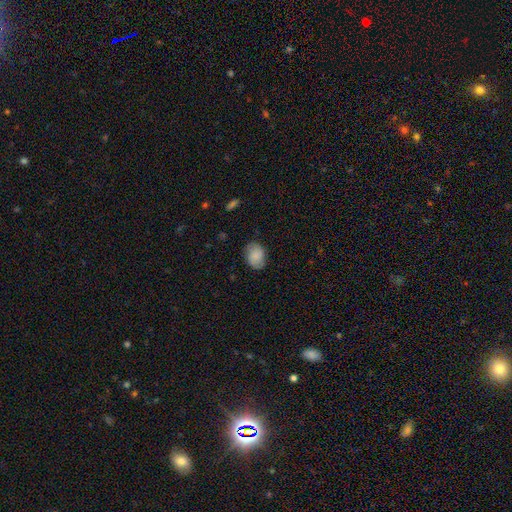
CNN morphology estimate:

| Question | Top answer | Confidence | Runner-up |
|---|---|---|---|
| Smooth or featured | smooth | 80% | featured or disk (13%) |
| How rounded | in between | 70% | round (29%) |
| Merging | none | 77% | minor disturbance (18%) |